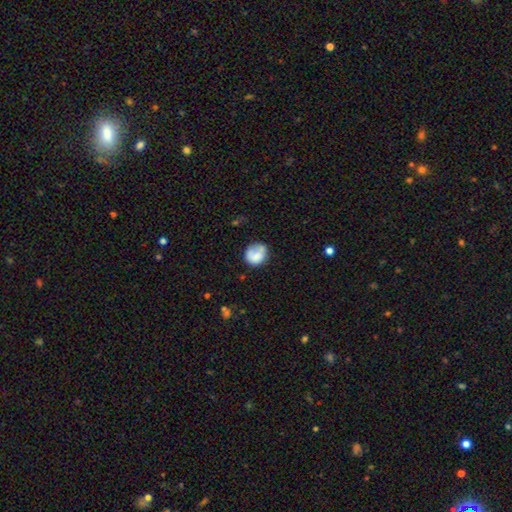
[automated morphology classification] A smooth galaxy with no disk features (74%) that is round (70%).

Vote fractions:
- Smooth or featured? smooth: 74% / featured or disk: 18% / star or artifact: 8%
- How rounded? round: 70% / in between: 29% / cigar-shaped: 1%
- Merging? none: 53% / minor disturbance: 26% / major disturbance: 12% / merger: 9%